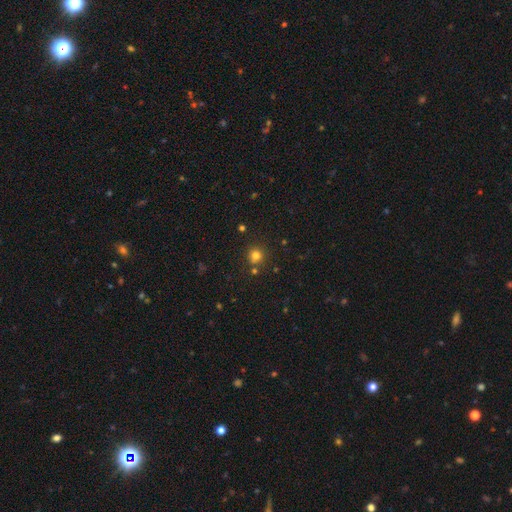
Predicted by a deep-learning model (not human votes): Q: Smooth or featured?
A: smooth (77%); runner-up: star or artifact (17%)
Q: How rounded?
A: round (91%); runner-up: in between (8%)
Q: Merging?
A: none (77%); runner-up: merger (12%)